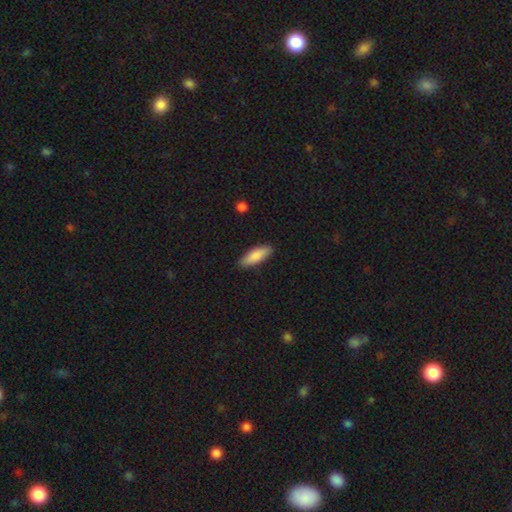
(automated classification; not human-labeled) smooth-or-featured: smooth: 85% | featured or disk: 10% | star or artifact: 6%
  how-rounded: in between: 59% | cigar-shaped: 40% | round: 2%
  merging: none: 88% | minor disturbance: 9% | major disturbance: 2% | merger: 1%